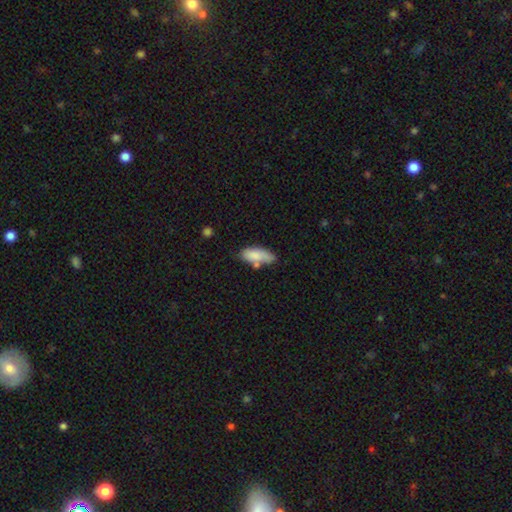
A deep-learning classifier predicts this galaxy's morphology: Smooth or featured?
  - smooth: 82% *
  - featured or disk: 11%
  - star or artifact: 7%
How rounded?
  - in between: 77% *
  - cigar-shaped: 21%
  - round: 2%
Merging?
  - none: 53% *
  - minor disturbance: 26%
  - merger: 15%
  - major disturbance: 7%